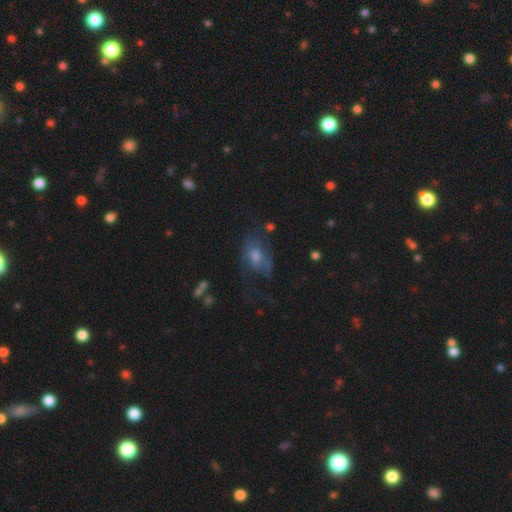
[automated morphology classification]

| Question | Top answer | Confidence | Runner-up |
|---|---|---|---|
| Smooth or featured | featured or disk | 48% | smooth (37%) |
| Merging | none | 45% | major disturbance (27%) |